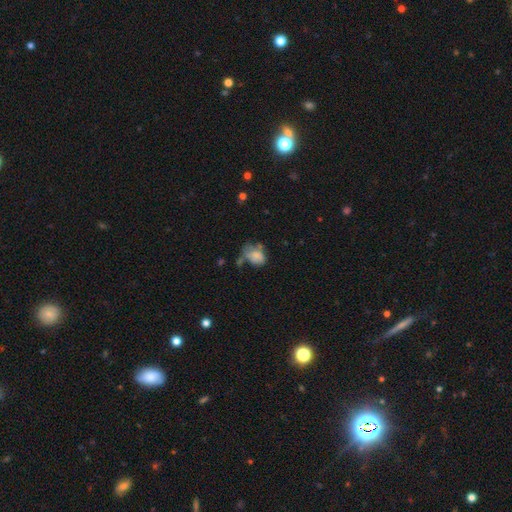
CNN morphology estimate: Smooth or featured? Predicted: smooth (p=0.62). How rounded? Predicted: in between (p=0.68). Merging? Predicted: none (p=0.29).